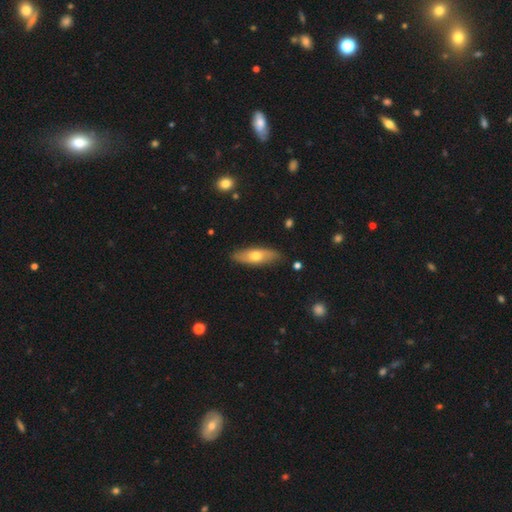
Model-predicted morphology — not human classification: A smooth galaxy with no disk features (55%) that is in between round and cigar-shaped (54%). Merging: none (85%).